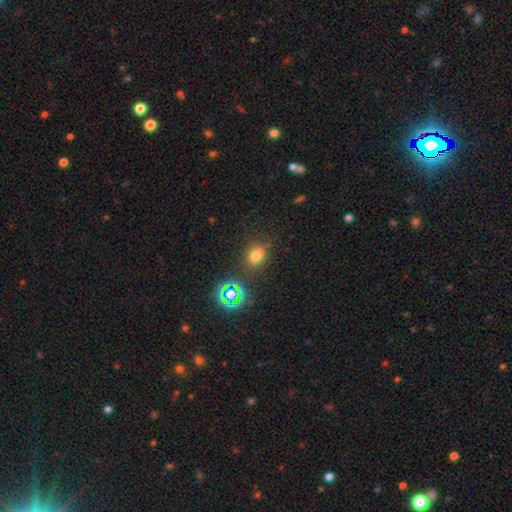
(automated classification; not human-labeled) Smooth or featured? smooth (66%)
How rounded? round (60%)
Merging? none (75%)